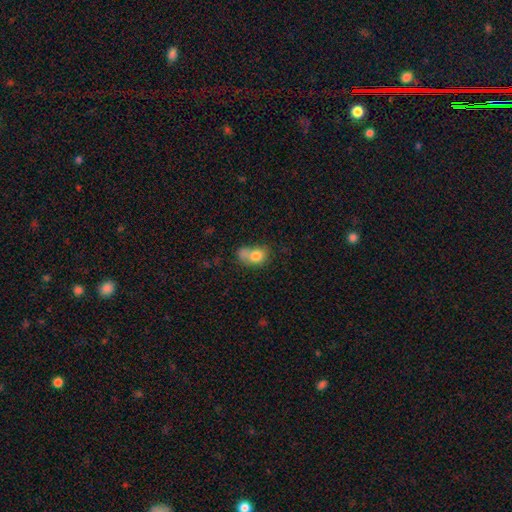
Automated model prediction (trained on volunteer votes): A smooth galaxy with no disk features (76%) that is in between round and cigar-shaped (58%). Merging: merger (43%).